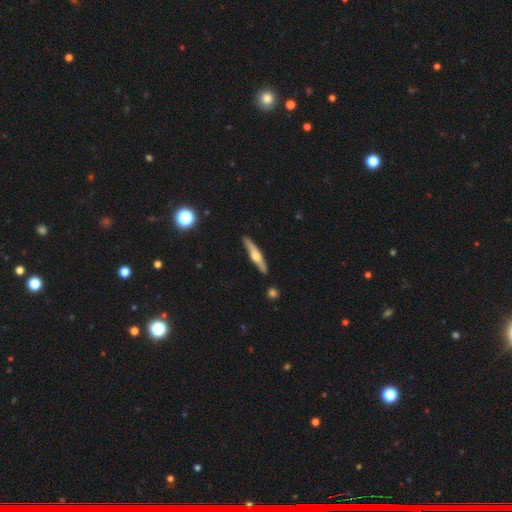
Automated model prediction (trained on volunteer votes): smooth_or_featured: featured or disk (p=0.62) [alt: smooth p=0.33]
disk_edge_on: yes (p=0.95) [alt: no p=0.05]
edge_on_bulge: rounded (p=0.92) [alt: boxy p=0.04]
merging: none (p=0.89) [alt: minor disturbance p=0.08]